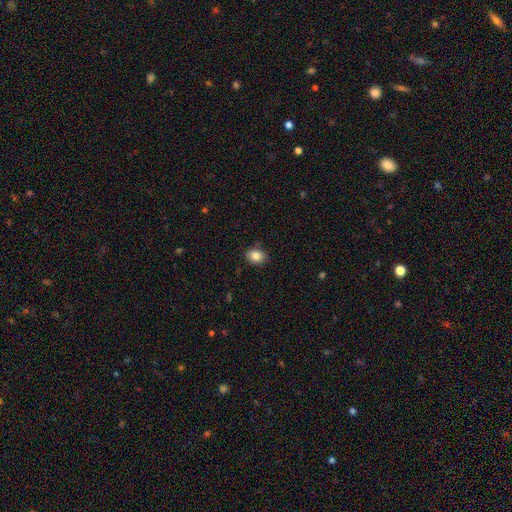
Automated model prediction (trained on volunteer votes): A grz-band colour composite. It shows a smooth galaxy with no disk features (84%) that is in between round and cigar-shaped (56%). Merging: none (86%).